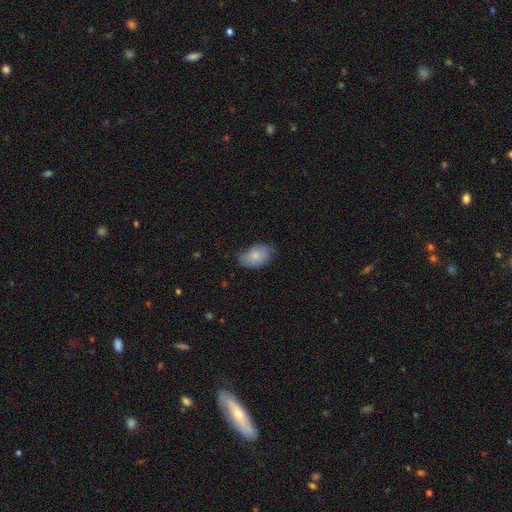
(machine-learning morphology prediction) Q: Smooth or featured?
A: smooth (81%); runner-up: featured or disk (12%)
Q: How rounded?
A: in between (90%); runner-up: round (9%)
Q: Merging?
A: none (66%); runner-up: minor disturbance (28%)